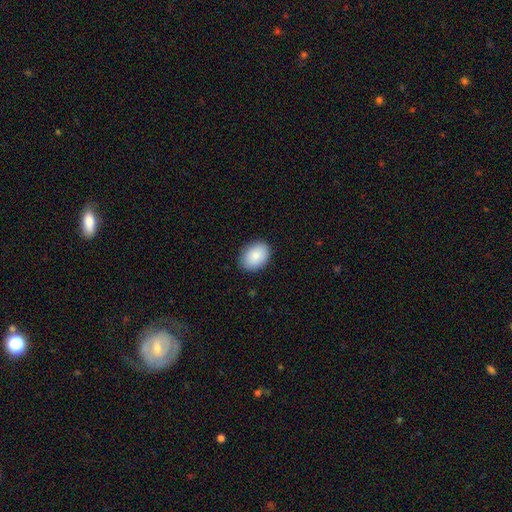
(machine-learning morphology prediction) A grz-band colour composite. It shows a smooth galaxy with no disk features (87%) that is in between round and cigar-shaped (73%). Merging: none (88%).